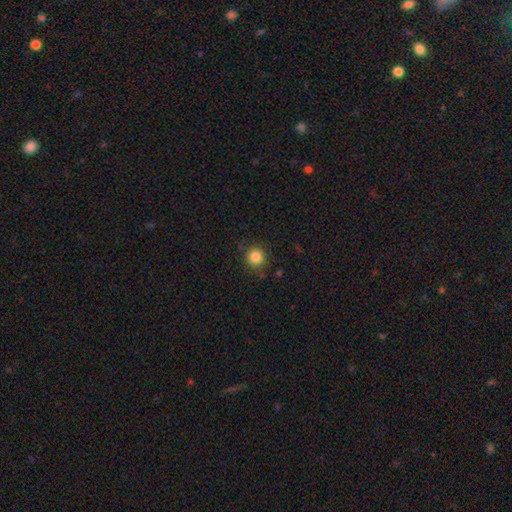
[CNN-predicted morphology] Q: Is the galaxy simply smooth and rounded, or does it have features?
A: smooth — 85%.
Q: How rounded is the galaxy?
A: round — 93%.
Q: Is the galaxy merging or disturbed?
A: none — 87%.